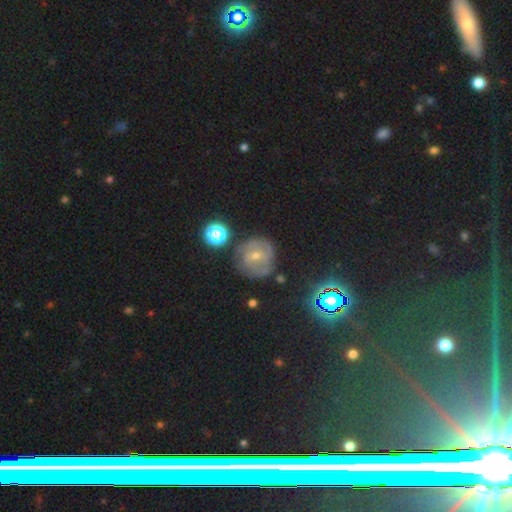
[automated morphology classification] Overall: featured or disk (58%; smooth 24%). Edge-on disk: no (96%). Bar: weak (46%; no 36%). Spiral arms: yes (82%). Bulge size: small (64%; moderate 33%). Merging: none (75%).